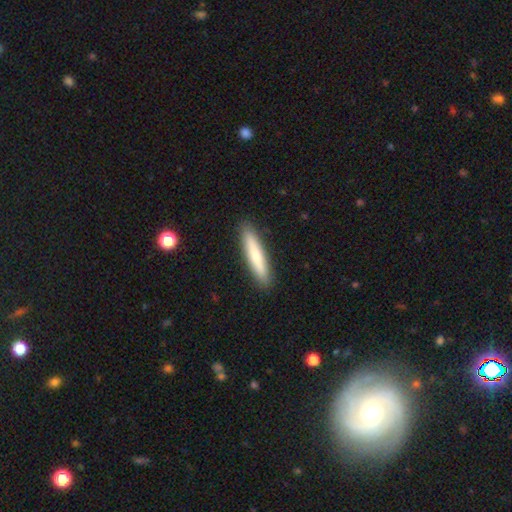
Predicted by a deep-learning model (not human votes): Smooth or featured: smooth — 71% (featured or disk — 24%)
How rounded: cigar-shaped — 89% (in between — 10%)
Merging: none — 90% (minor disturbance — 7%)